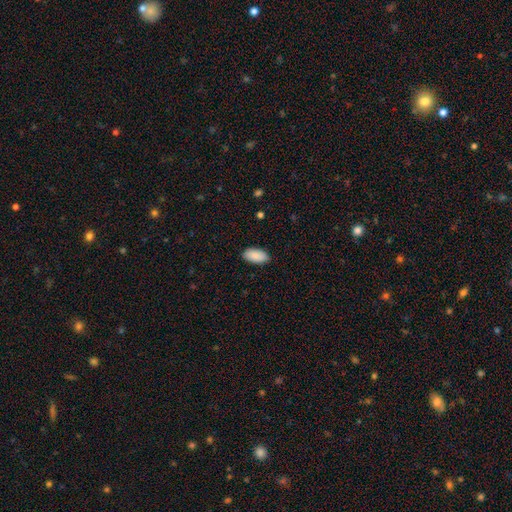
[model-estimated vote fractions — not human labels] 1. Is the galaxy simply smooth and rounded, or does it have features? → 90% smooth, 6% star or artifact, 4% featured or disk.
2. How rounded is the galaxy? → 95% in between, 3% cigar-shaped, 2% round.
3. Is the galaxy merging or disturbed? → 88% none, 9% minor disturbance, 2% major disturbance, 1% merger.